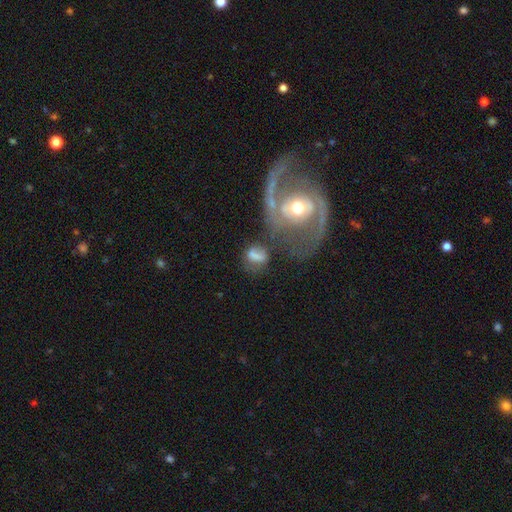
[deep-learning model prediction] Smooth or featured: smooth — 57% (featured or disk — 34%)
How rounded: in between — 59% (round — 37%)
Merging: none — 45% (minor disturbance — 20%)